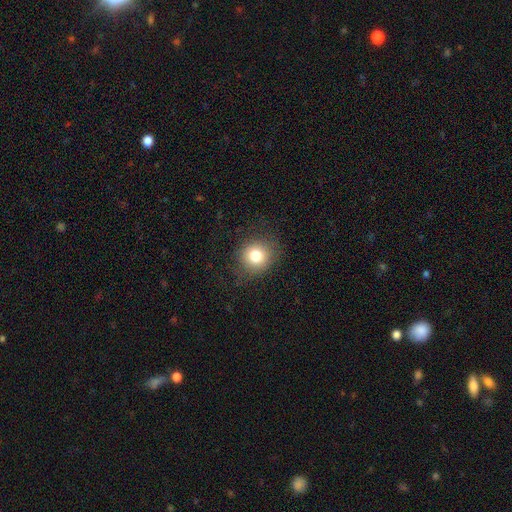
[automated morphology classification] The model was most divided on "smooth or featured": smooth: 79%, star or artifact: 12%, featured or disk: 9%. More confident: how rounded — round (84%); merging — none (83%).